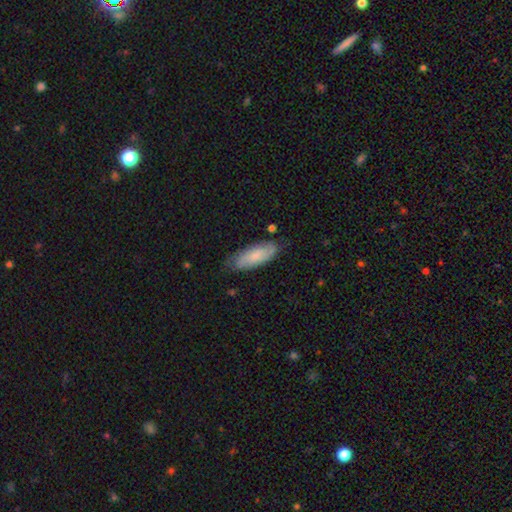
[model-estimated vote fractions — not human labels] Smooth or featured? Predicted: smooth (p=0.65). How rounded? Predicted: in between (p=0.70). Merging? Predicted: none (p=0.70).